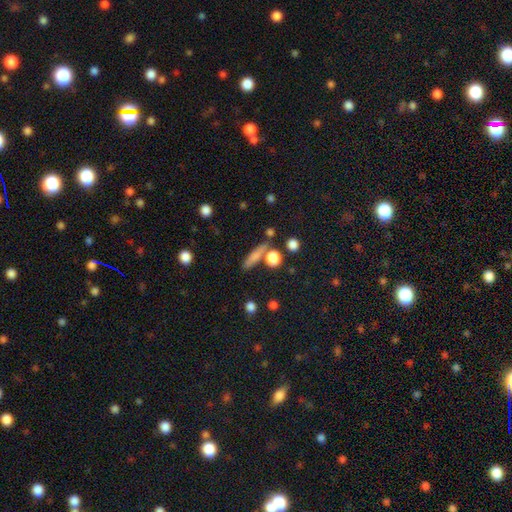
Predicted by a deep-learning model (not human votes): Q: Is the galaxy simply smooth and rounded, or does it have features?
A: smooth — 72%.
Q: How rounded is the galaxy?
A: cigar-shaped — 66%.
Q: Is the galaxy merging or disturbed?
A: none — 70%.